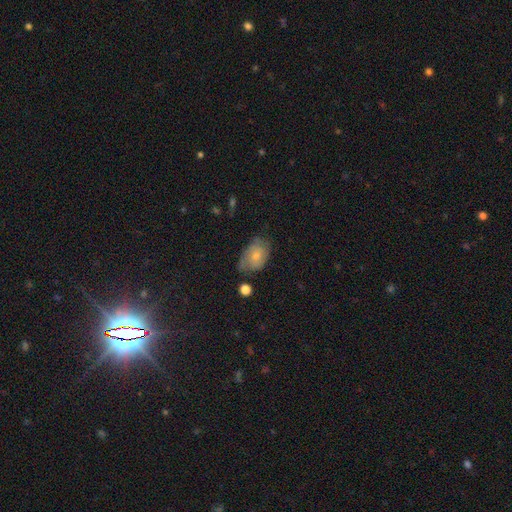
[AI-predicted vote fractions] Overall: smooth (62%; featured or disk 30%). How rounded: in between (84%). Merging: none (53%; minor disturbance 33%).